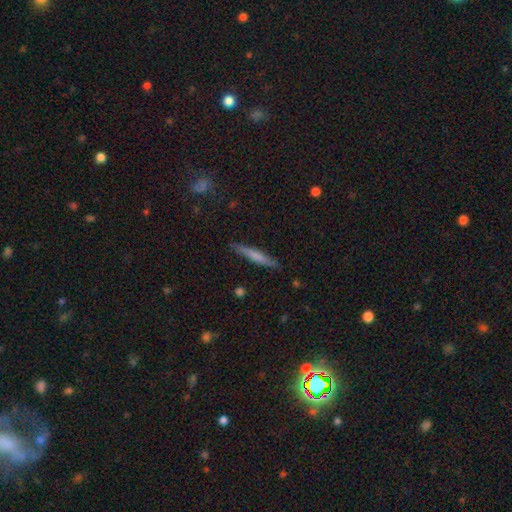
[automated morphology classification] The model was most divided on "smooth or featured": smooth: 59%, featured or disk: 35%, star or artifact: 6%. More confident: how rounded — cigar-shaped (94%); merging — none (87%).